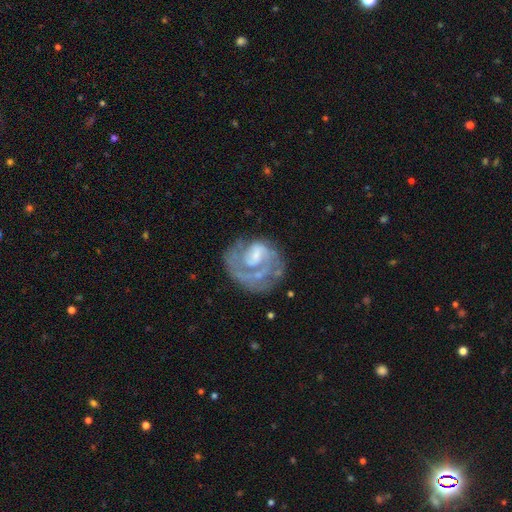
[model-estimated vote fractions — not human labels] Smooth or featured? featured or disk (77%)
Edge-on disk? no (98%)
Bar? no (48%)
Spiral arms? yes (80%)
Spiral winding? tight (48%)
Spiral arm count? 1 (46%)
Bulge size? small (32%)
Merging? none (53%)